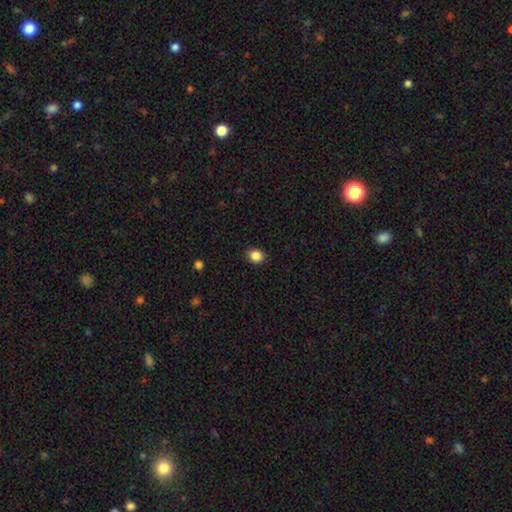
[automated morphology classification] Overall: smooth (86%). How rounded: round (69%; in between 30%). Merging: none (90%).